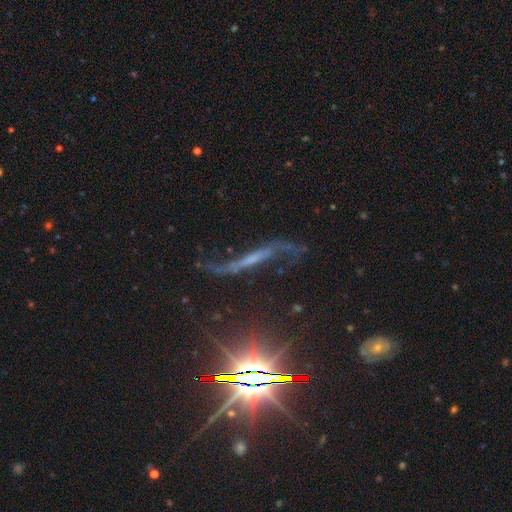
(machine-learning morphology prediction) Smooth or featured? featured or disk (68%)
Edge-on disk? no (61%)
Merging? none (54%)